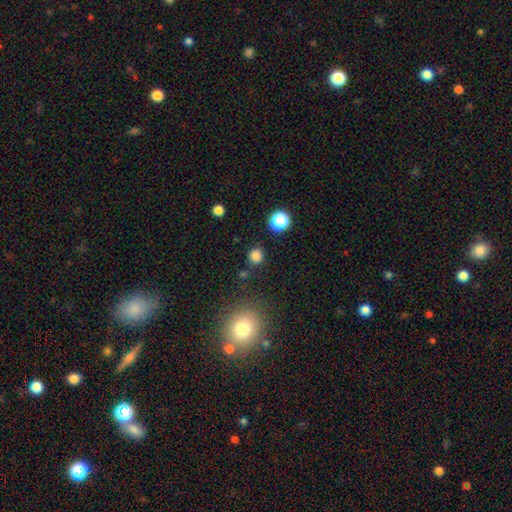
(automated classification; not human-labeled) smooth-or-featured: smooth: 81% | star or artifact: 15% | featured or disk: 4%
  how-rounded: round: 88% | in between: 11% | cigar-shaped: 1%
  merging: none: 85% | minor disturbance: 9% | merger: 3% | major disturbance: 3%